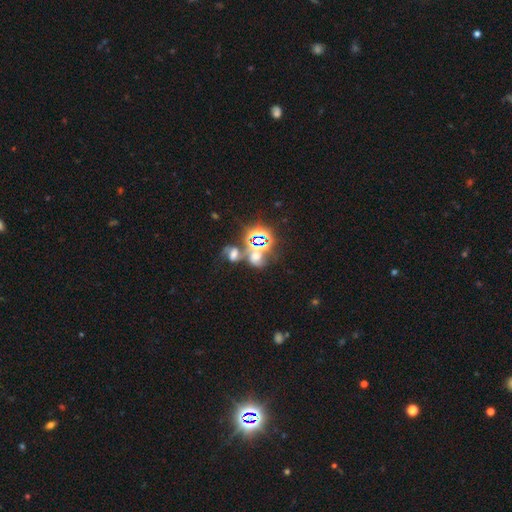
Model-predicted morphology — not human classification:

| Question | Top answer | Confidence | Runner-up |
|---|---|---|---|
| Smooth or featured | star or artifact | 51% | smooth (33%) |